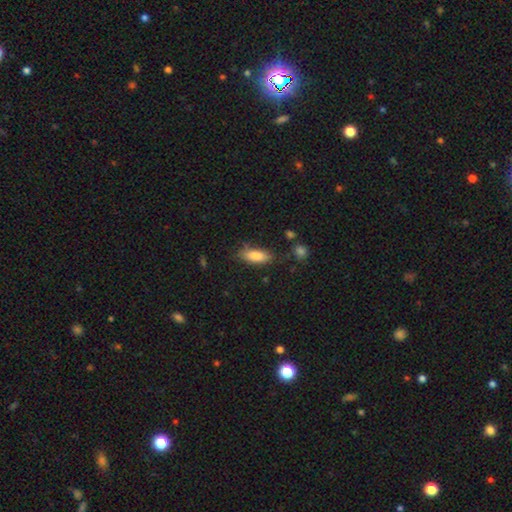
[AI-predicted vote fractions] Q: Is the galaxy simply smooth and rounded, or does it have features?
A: smooth — 83%.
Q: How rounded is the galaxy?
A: in between — 71%.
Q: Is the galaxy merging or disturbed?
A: none — 76%.